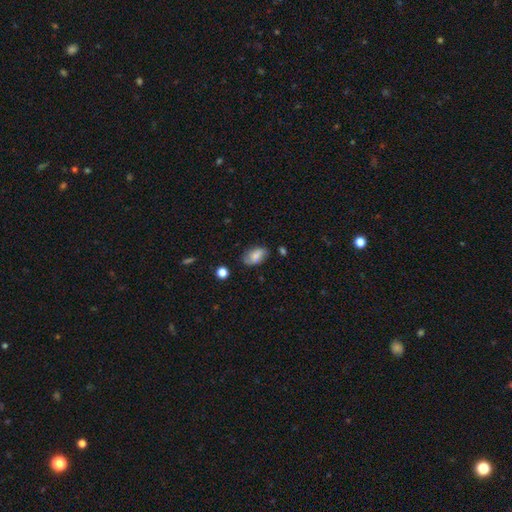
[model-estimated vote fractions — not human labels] The model was most divided on "smooth or featured": smooth: 70%, featured or disk: 22%, star or artifact: 9%. More confident: how rounded — in between (91%); merging — none (72%).